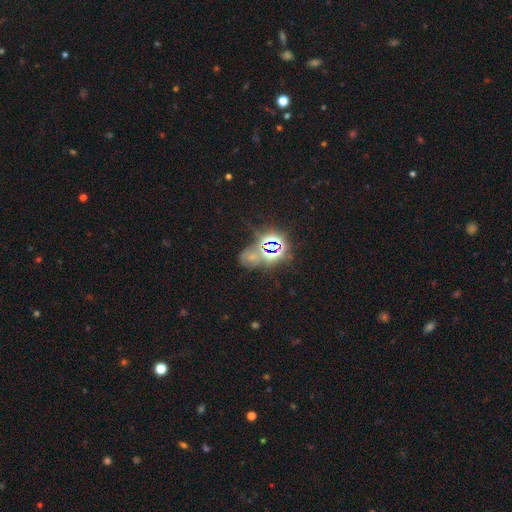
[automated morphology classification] Smooth or featured?
  - star or artifact: 63% *
  - smooth: 23%
  - featured or disk: 14%